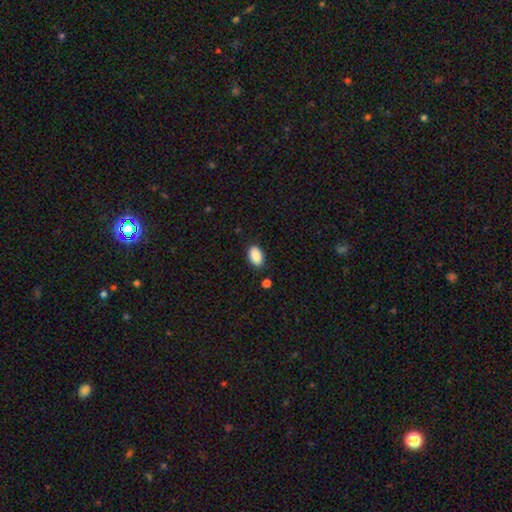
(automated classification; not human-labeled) Smooth or featured?
  - smooth: 89% *
  - star or artifact: 7%
  - featured or disk: 4%
How rounded?
  - in between: 92% *
  - round: 6%
  - cigar-shaped: 1%
Merging?
  - none: 87% *
  - minor disturbance: 9%
  - major disturbance: 2%
  - merger: 2%